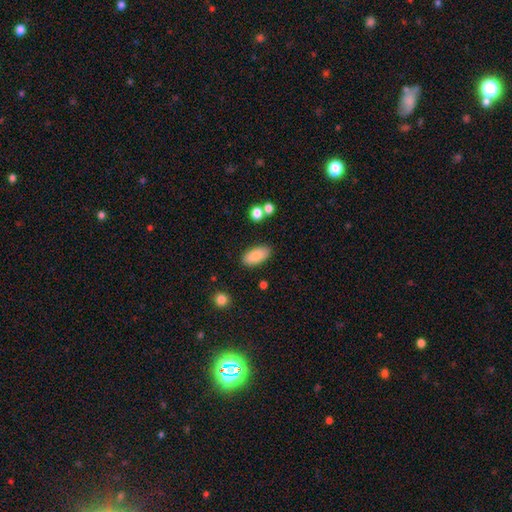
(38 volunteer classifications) Smooth or featured?
  - smooth: 87% *
  - featured or disk: 11%
  - star or artifact: 3%
How rounded?
  - in between: 88% *
  - round: 12%
  - cigar-shaped: 0%
Merging?
  - none: 76% *
  - minor disturbance: 11%
  - major disturbance: 8%
  - merger: 5%